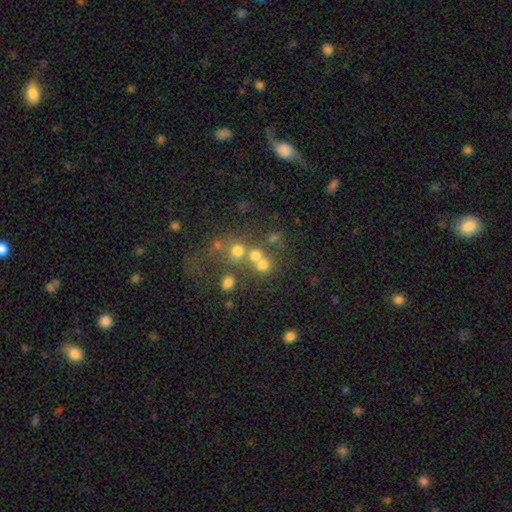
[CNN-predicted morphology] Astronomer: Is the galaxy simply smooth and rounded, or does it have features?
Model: smooth — 62%.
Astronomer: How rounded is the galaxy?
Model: round — 84%.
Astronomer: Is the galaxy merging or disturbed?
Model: none — 46% (runner-up: merger, 38%).